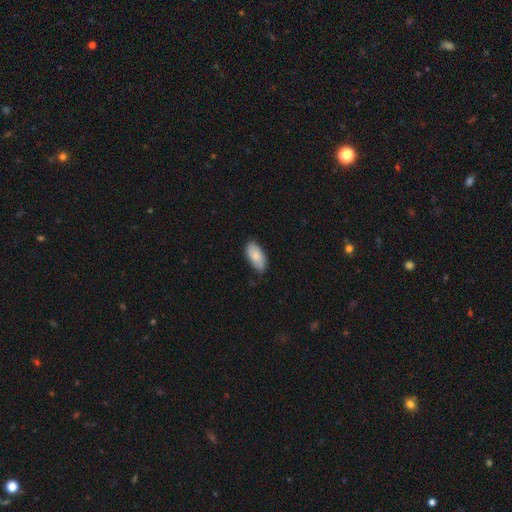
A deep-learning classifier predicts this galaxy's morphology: This is clearly a smooth galaxy (83%). How rounded: clearly in between (93%). Merging: likely none (76%).